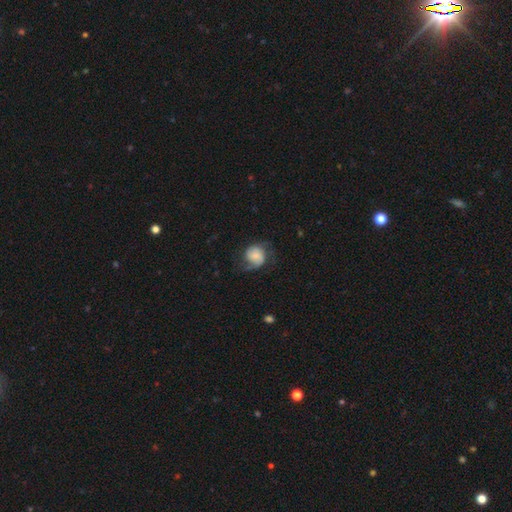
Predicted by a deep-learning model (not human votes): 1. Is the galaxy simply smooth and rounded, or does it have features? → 53% featured or disk, 40% smooth, 8% star or artifact.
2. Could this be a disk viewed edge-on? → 98% no, 2% yes.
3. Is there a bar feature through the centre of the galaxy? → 63% no, 30% weak, 7% strong.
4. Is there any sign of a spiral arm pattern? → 89% yes, 11% no.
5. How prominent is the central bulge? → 43% small, 23% moderate, 19% none, 10% large, 5% dominant.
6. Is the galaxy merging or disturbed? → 56% none, 24% minor disturbance, 19% major disturbance, 1% merger.